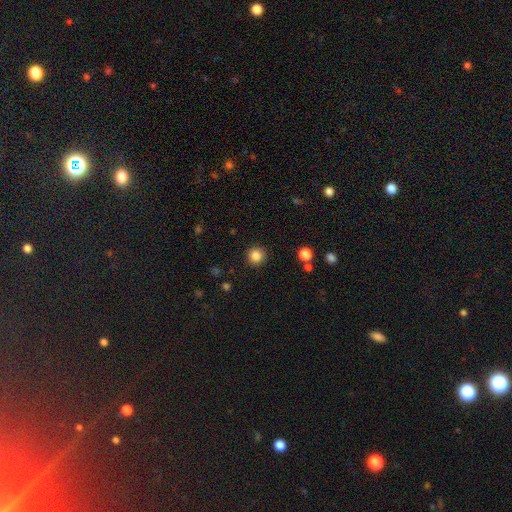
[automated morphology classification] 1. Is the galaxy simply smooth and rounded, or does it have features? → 85% smooth, 11% star or artifact, 4% featured or disk.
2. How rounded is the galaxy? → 95% round, 5% in between, 1% cigar-shaped.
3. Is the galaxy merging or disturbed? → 91% none, 5% minor disturbance, 2% major disturbance, 1% merger.